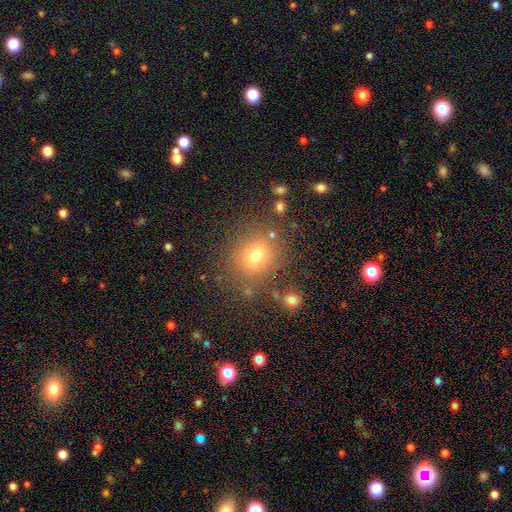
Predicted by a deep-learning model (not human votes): smooth_or_featured: smooth (p=0.72) [alt: star or artifact p=0.17]
how_rounded: round (p=0.76) [alt: in between p=0.23]
merging: none (p=0.79) [alt: minor disturbance p=0.11]